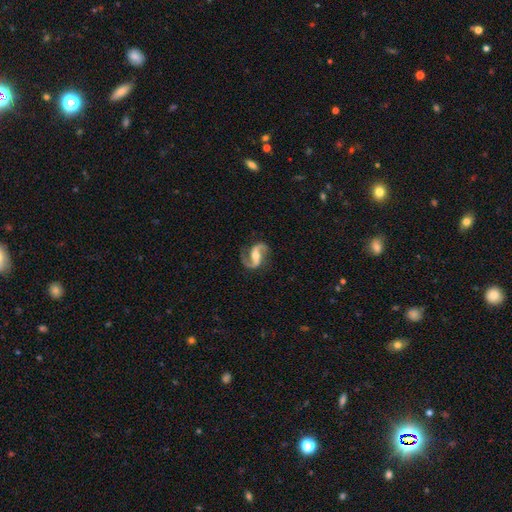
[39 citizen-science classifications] Smooth or featured?
  - featured or disk: 97% *
  - star or artifact: 3%
  - smooth: 0%
Edge-on disk?
  - no: 100% *
  - yes: 0%
Bar?
  - strong: 47% *
  - weak: 32%
  - no: 21%
Spiral arms?
  - yes: 97% *
  - no: 3%
Spiral winding?
  - medium: 68% *
  - loose: 24%
  - tight: 8%
Spiral arm count?
  - 2: 100% *
  - 1: 0%
  - 3: 0%
  - 4: 0%
  - more than 4: 0%
  - can't tell: 0%
Bulge size?
  - moderate: 61% *
  - small: 29%
  - large: 11%
  - dominant: 0%
  - none: 0%
Merging?
  - none: 84% *
  - minor disturbance: 13%
  - major disturbance: 3%
  - merger: 0%